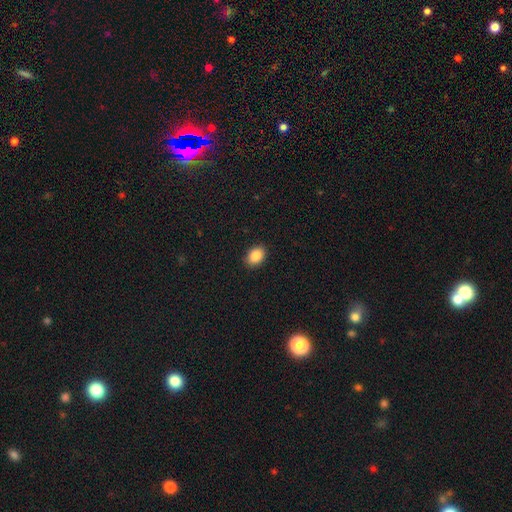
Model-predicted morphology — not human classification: This is clearly a smooth galaxy (88%). How rounded: likely in between (76%). Merging: clearly none (89%).